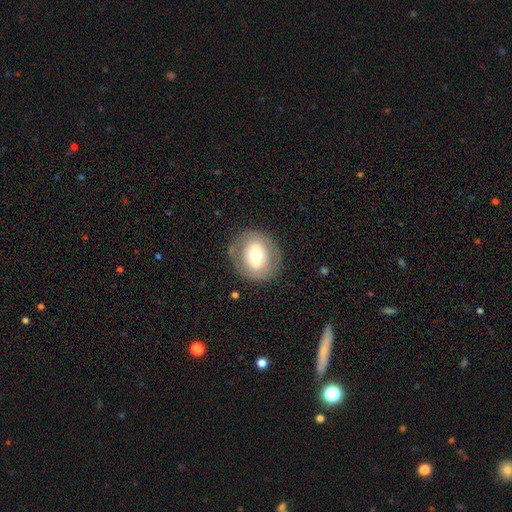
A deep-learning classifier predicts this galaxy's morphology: A smooth galaxy with no disk features (55%) that is round (69%). Merging: none (80%).